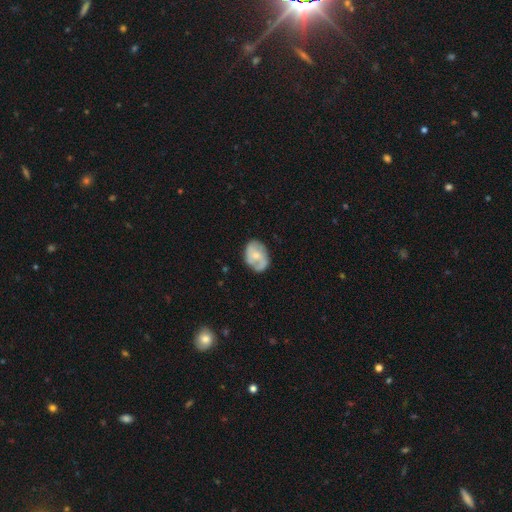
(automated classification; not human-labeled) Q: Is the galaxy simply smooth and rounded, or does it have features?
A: featured or disk — 57%.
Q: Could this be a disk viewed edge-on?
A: no — 97%.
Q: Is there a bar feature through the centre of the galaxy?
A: no — 67%.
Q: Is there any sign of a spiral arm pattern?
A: yes — 76%.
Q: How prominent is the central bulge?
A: small — 52%.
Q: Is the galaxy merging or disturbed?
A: none — 67%.